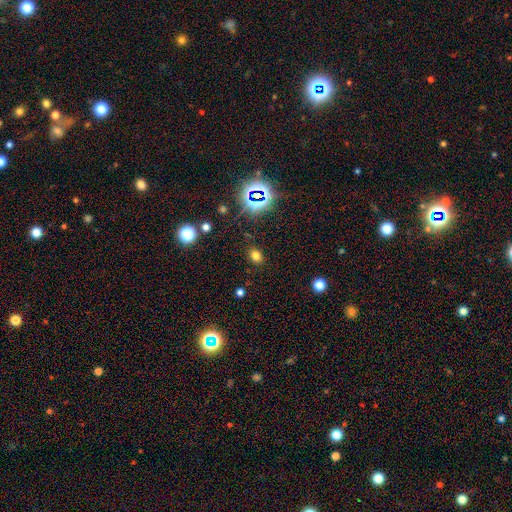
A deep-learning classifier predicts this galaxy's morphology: Smooth or featured? Predicted: smooth (p=0.69). How rounded? Predicted: in between (p=0.54). Merging? Predicted: none (p=0.87).